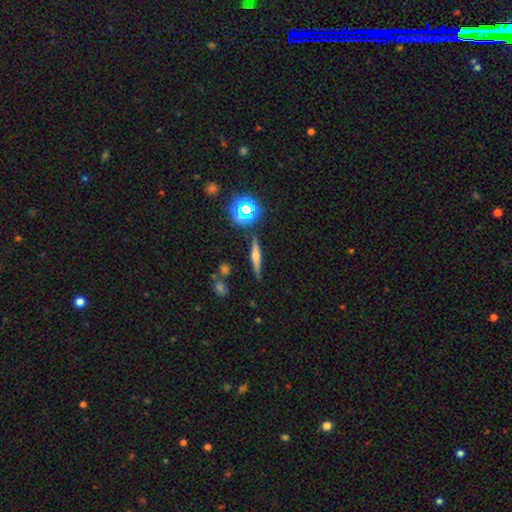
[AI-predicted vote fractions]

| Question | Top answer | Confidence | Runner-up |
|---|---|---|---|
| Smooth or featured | featured or disk | 50% | smooth (36%) |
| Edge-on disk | yes | 94% | no (6%) |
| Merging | none | 83% | minor disturbance (11%) |